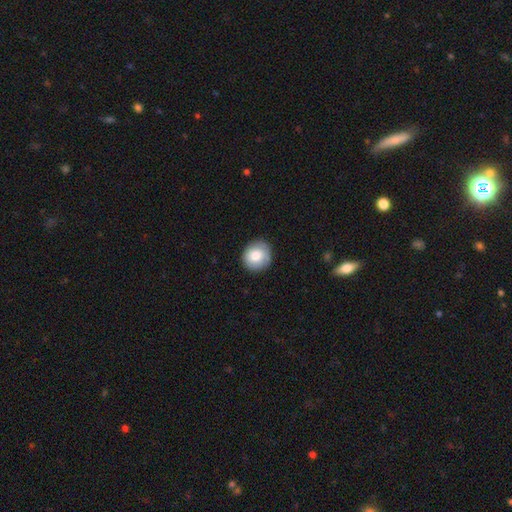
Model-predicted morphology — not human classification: smooth 80%, featured or disk 13%, star or artifact 7%. Down the decision tree: how rounded — round (86%); merging — none (82%).